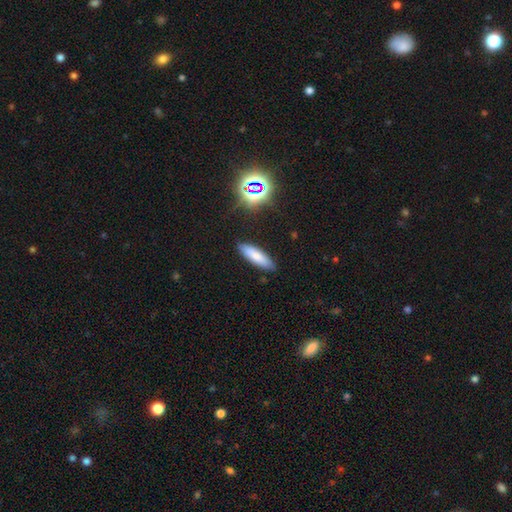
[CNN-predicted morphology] Smooth or featured? smooth (74%)
How rounded? cigar-shaped (56%)
Merging? none (86%)